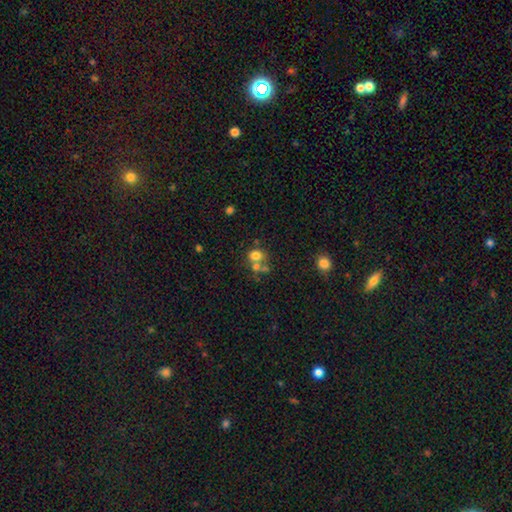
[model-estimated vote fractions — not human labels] This appears to be a smooth galaxy with no disk features (72%) that is round (68%). Merging: merger (44%).